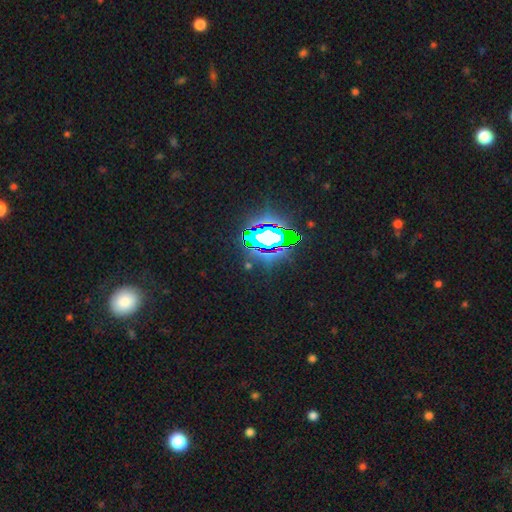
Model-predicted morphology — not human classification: smooth_or_featured: star or artifact (p=0.82) [alt: smooth p=0.10]